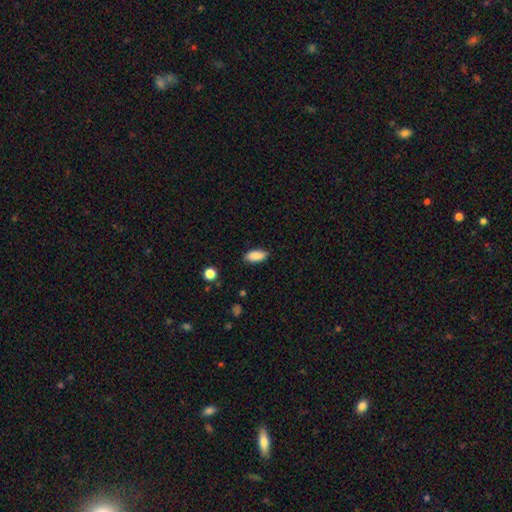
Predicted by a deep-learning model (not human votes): This appears to be a smooth galaxy with no disk features (89%) that is in between round and cigar-shaped (87%). Merging: none (86%).